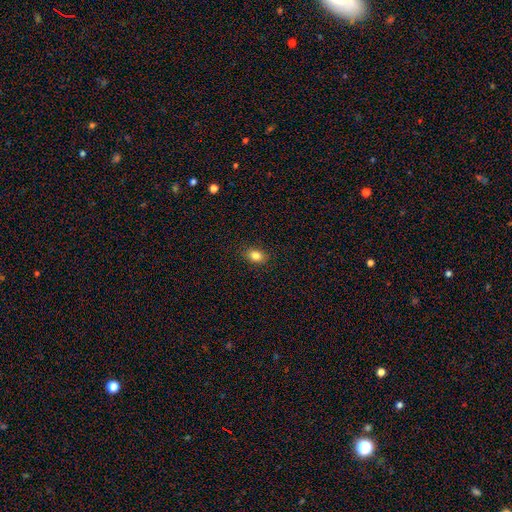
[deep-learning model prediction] smooth_or_featured: smooth (p=0.84) [alt: star or artifact p=0.10]
how_rounded: in between (p=0.75) [alt: round p=0.24]
merging: none (p=0.88) [alt: minor disturbance p=0.09]